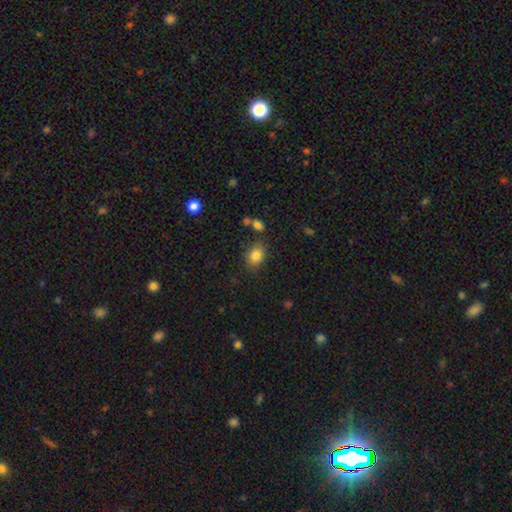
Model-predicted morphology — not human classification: This appears to be a smooth galaxy with no disk features (84%) that is in between round and cigar-shaped (68%). Merging: none (78%).